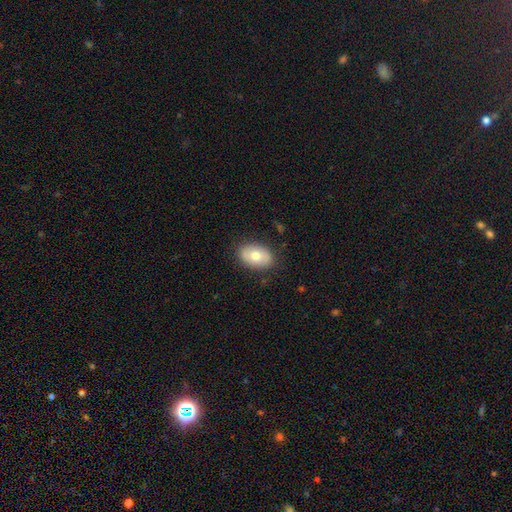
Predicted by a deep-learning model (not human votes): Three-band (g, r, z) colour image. It shows a smooth galaxy with no disk features (70%) that is in between round and cigar-shaped (86%). Merging: none (83%).